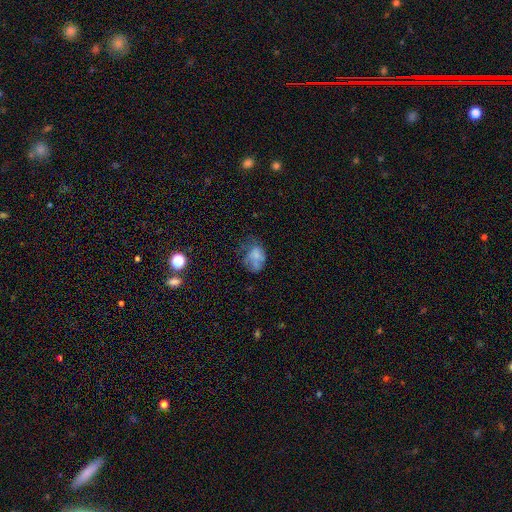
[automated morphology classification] The model was most divided on "merging": none: 35%, major disturbance: 32%, minor disturbance: 29%, merger: 4%. More confident: how rounded — in between (68%); smooth or featured — smooth (60%).